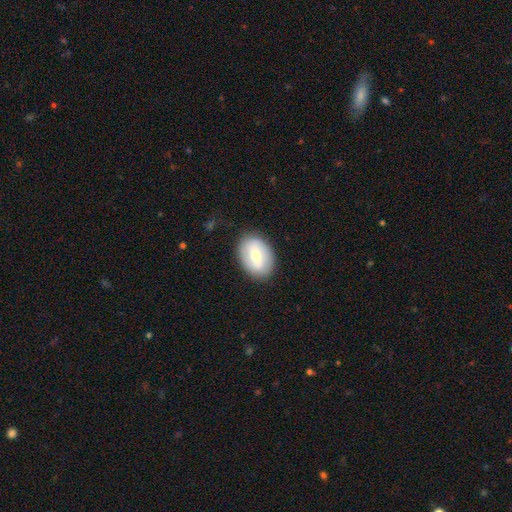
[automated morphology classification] The model was most divided on "smooth or featured": smooth: 53%, featured or disk: 41%, star or artifact: 7%. More confident: merging — none (85%); how rounded — in between (78%).